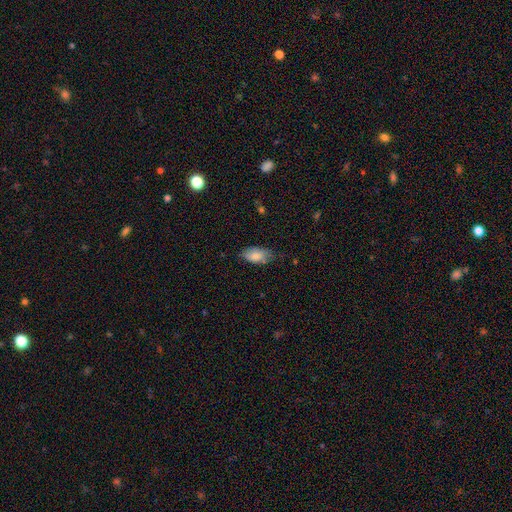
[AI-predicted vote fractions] The model was most divided on "merging": none: 65%, minor disturbance: 28%, major disturbance: 5%, merger: 1%. More confident: how rounded — in between (93%); smooth or featured — smooth (82%).